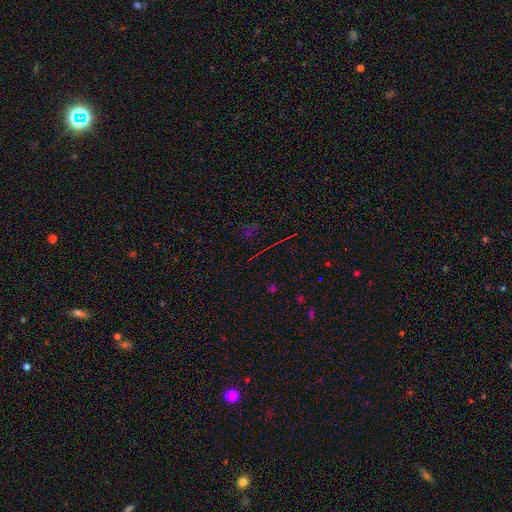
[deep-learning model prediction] This appears to be a star or artifact, not a galaxy (72%).